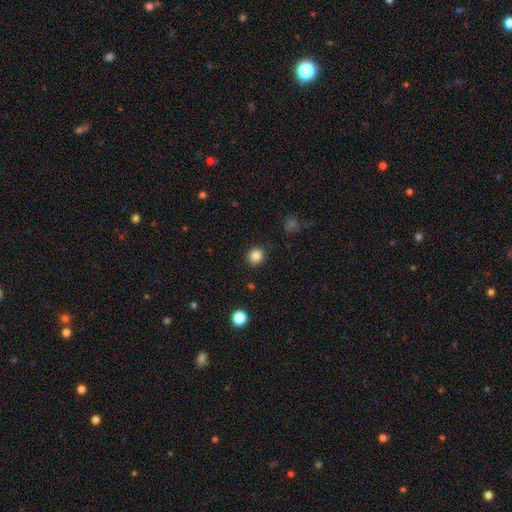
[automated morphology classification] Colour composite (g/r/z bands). It shows a smooth galaxy with no disk features (85%) that is round (86%). Merging: none (89%).